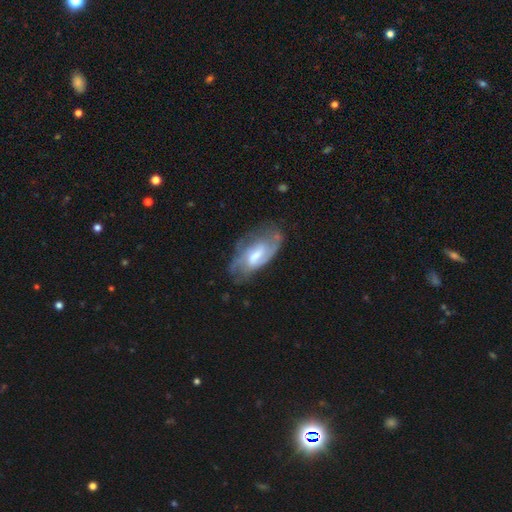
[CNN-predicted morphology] This appears to be a featured or disk galaxy (69%) with a weak bar (51%), 2 (45%) medium (44%) spiral arms (80%) and a moderate central bulge (46%). Merging: none (53%).